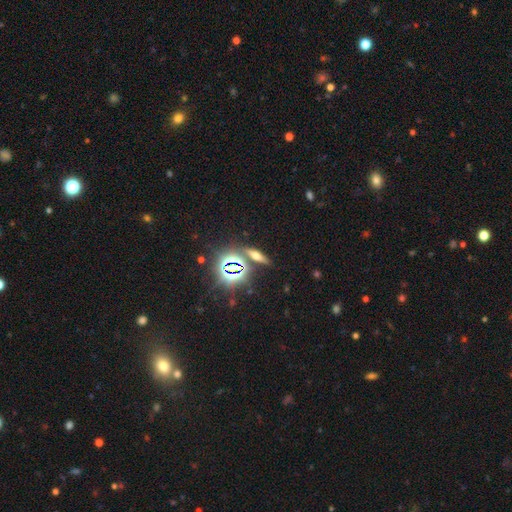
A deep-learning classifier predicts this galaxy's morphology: Overall: star or artifact (36%; smooth 35%).